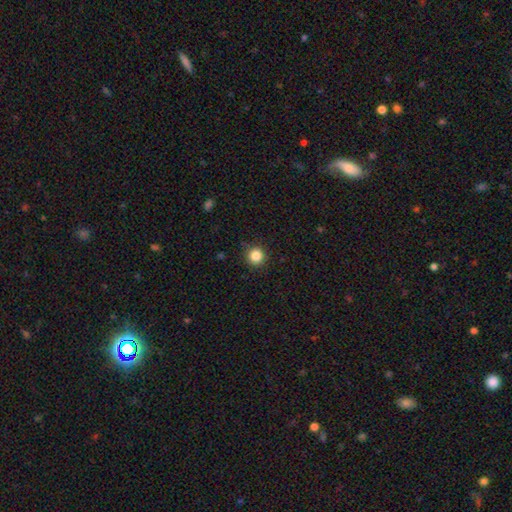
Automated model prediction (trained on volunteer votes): Smooth or featured?
  - smooth: 85% *
  - star or artifact: 11%
  - featured or disk: 4%
How rounded?
  - round: 95% *
  - in between: 5%
  - cigar-shaped: 1%
Merging?
  - none: 90% *
  - minor disturbance: 7%
  - major disturbance: 2%
  - merger: 1%